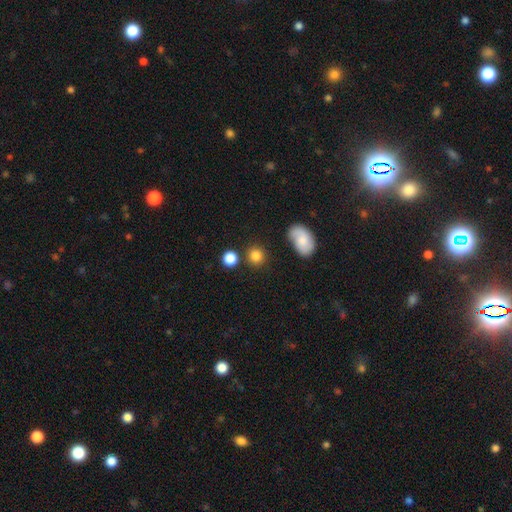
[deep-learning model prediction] smooth 84%, star or artifact 10%, featured or disk 6%. Down the decision tree: how rounded — round (89%); merging — none (82%).